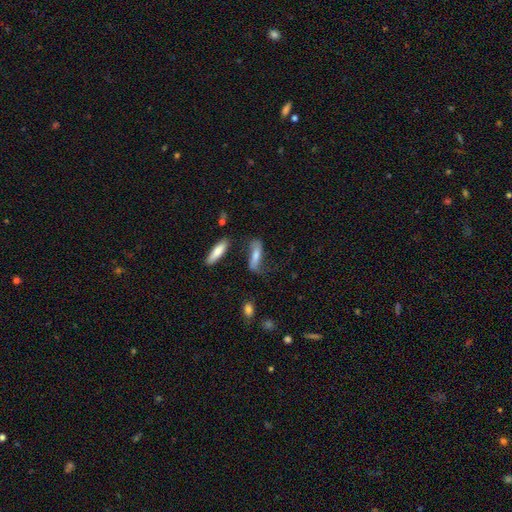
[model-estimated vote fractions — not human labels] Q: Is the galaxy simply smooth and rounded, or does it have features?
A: smooth — 50%.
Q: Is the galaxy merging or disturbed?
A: none — 54%.